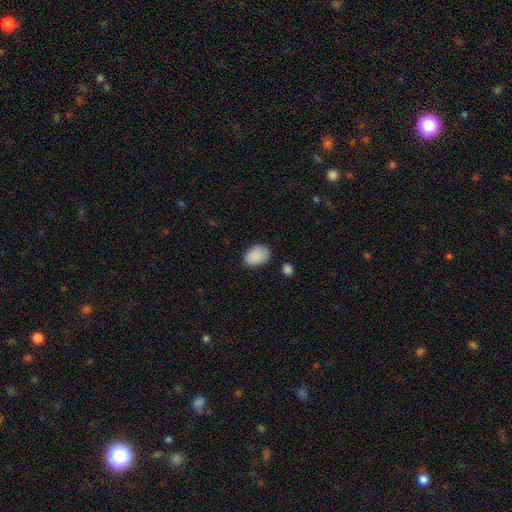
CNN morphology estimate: Smooth or featured? Predicted: smooth (p=0.89). How rounded? Predicted: in between (p=0.84). Merging? Predicted: none (p=0.73).